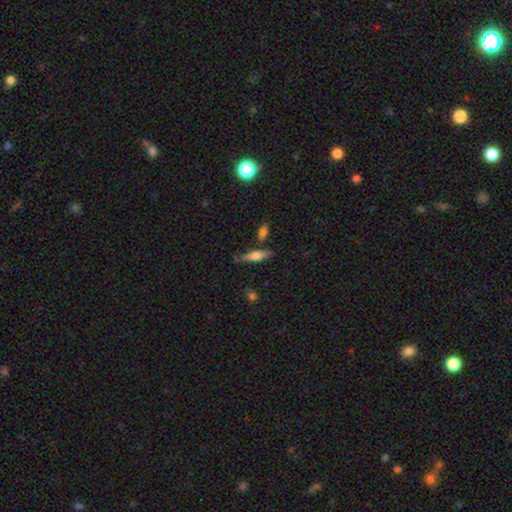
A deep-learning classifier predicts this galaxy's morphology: Smooth or featured?
  - smooth: 51% *
  - featured or disk: 42%
  - star or artifact: 7%
How rounded?
  - cigar-shaped: 66% *
  - in between: 31%
  - round: 3%
Merging?
  - none: 74% *
  - minor disturbance: 14%
  - merger: 8%
  - major disturbance: 4%